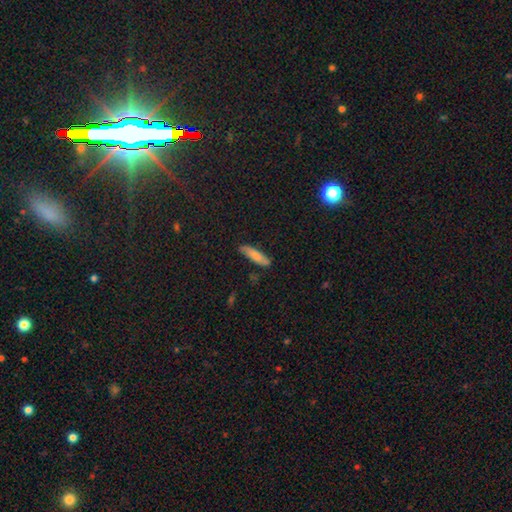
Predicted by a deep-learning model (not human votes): Smooth or featured? smooth (77%)
How rounded? cigar-shaped (71%)
Merging? none (81%)